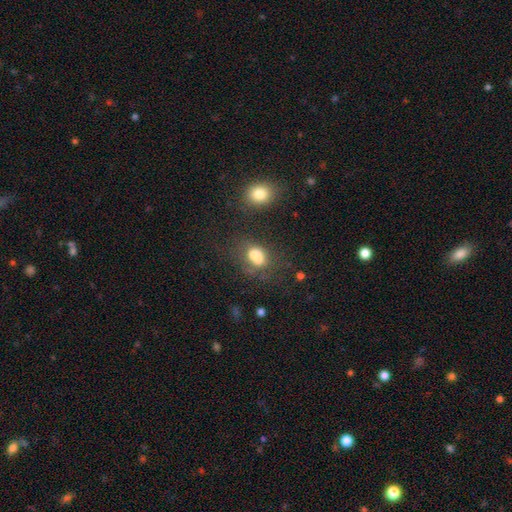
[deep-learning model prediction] smooth_or_featured: smooth (p=0.73) [alt: featured or disk p=0.14]
how_rounded: in between (p=0.71) [alt: round p=0.27]
merging: none (p=0.40) [alt: minor disturbance p=0.22]